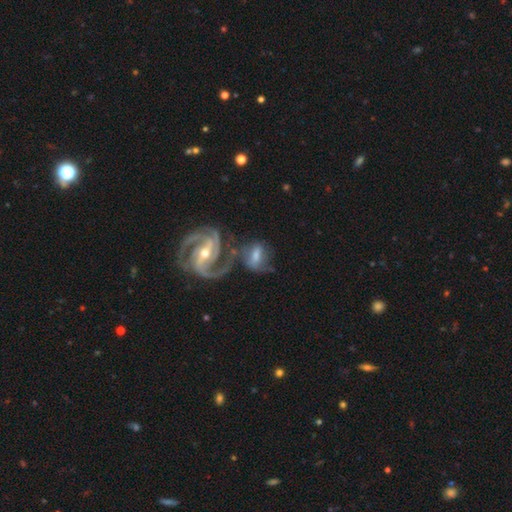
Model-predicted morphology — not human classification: type=featured or disk (69%); edge-on=no (95%); bar=strong (45%); spiral arms=yes (90%); winding=medium (48%); arm count=2 (55%); bulge=moderate (58%); merging=merger (36%).